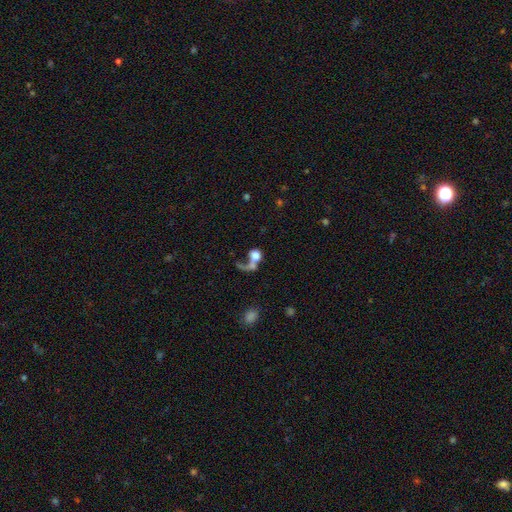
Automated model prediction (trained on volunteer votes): smooth-or-featured: smooth: 61% | featured or disk: 27% | star or artifact: 12%
  how-rounded: round: 70% | in between: 27% | cigar-shaped: 3%
  merging: merger: 41% | major disturbance: 27% | none: 23% | minor disturbance: 9%